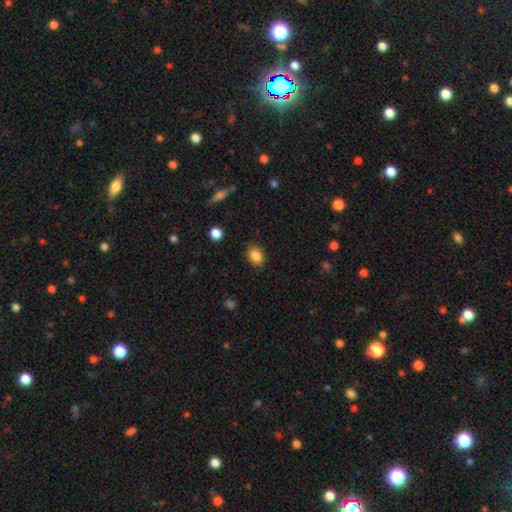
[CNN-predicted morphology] This appears to be a smooth galaxy with no disk features (85%) that is in between round and cigar-shaped (61%). Merging: none (87%).